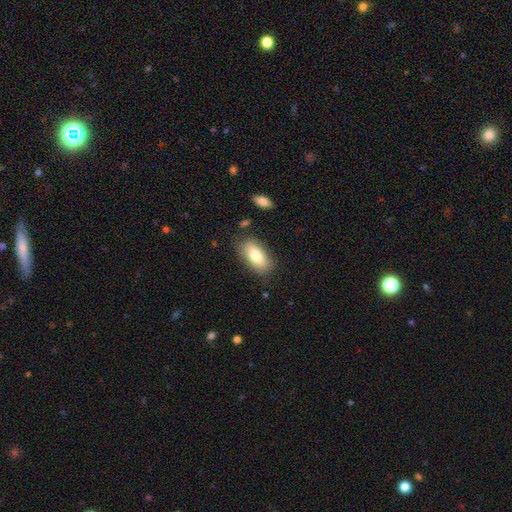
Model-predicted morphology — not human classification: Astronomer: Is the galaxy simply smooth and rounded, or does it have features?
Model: smooth — 79%.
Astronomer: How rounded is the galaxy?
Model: in between — 90%.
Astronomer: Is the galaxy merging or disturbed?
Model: none — 82%.